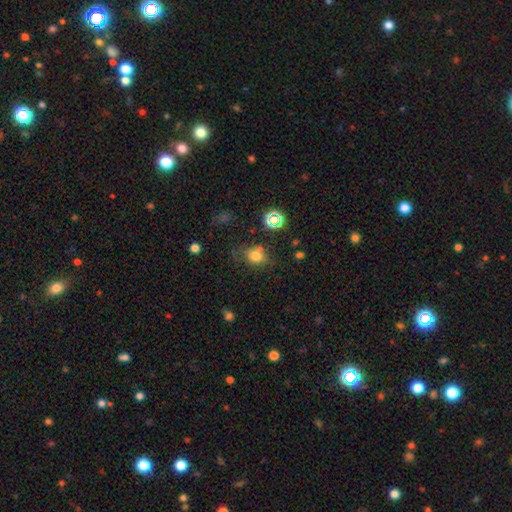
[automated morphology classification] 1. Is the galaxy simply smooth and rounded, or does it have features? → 72% smooth, 18% star or artifact, 10% featured or disk.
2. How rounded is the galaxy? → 50% in between, 48% round, 1% cigar-shaped.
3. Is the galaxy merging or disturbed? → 63% none, 18% minor disturbance, 13% merger, 6% major disturbance.